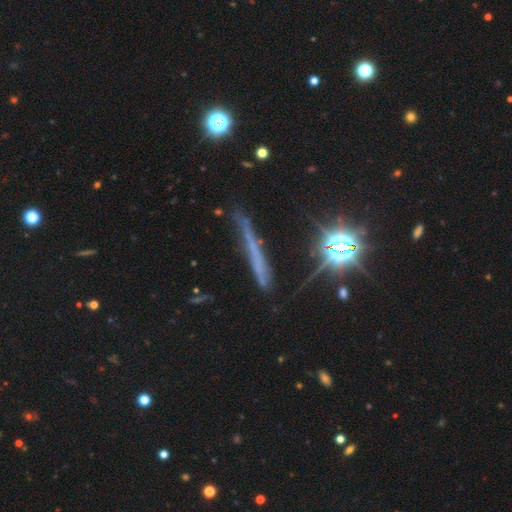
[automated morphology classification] smooth-or-featured: featured or disk: 44% | smooth: 35% | star or artifact: 21%
  merging: none: 68% | minor disturbance: 21% | major disturbance: 8% | merger: 4%